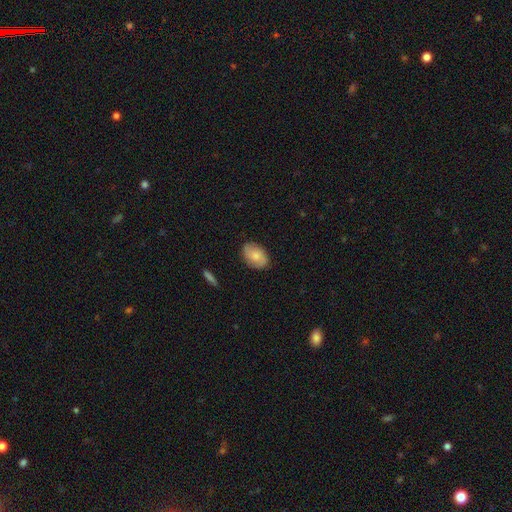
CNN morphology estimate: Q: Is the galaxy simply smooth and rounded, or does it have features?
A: smooth — 59%.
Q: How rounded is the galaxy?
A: in between — 81%.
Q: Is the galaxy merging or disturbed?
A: none — 81%.